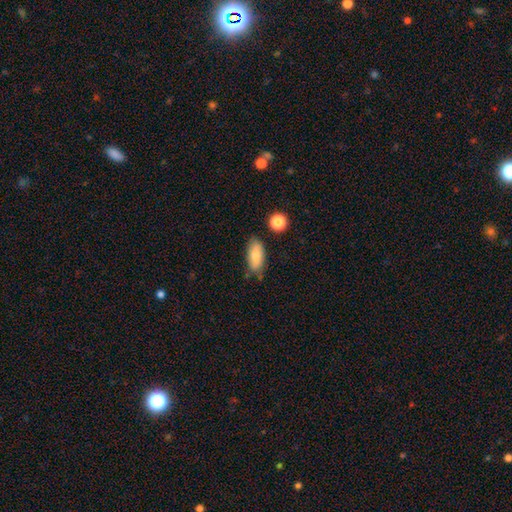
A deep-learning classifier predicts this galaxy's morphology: The model was most divided on "merging": none: 76%, minor disturbance: 17%, merger: 4%, major disturbance: 3%. More confident: how rounded — in between (85%); smooth or featured — smooth (81%).